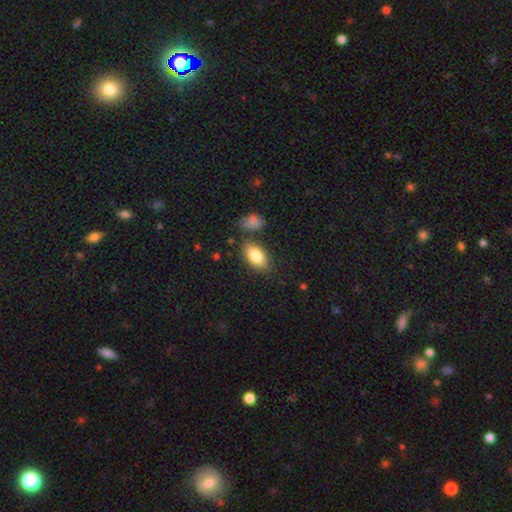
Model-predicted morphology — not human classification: A smooth galaxy with no disk features (83%) that is in between round and cigar-shaped (92%). Merging: none (78%).